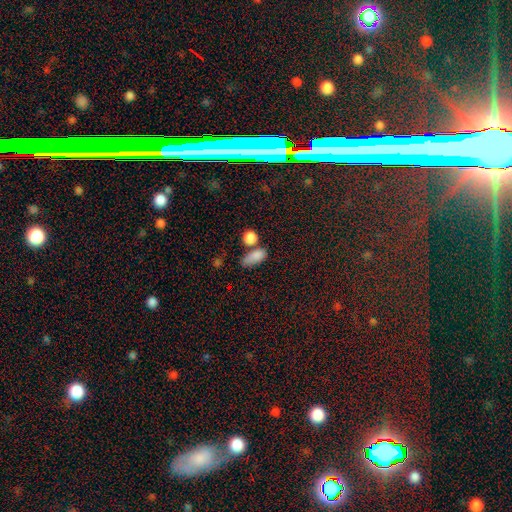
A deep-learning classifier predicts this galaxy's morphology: type=smooth (82%); roundness=in between (76%); merging=none (51%).